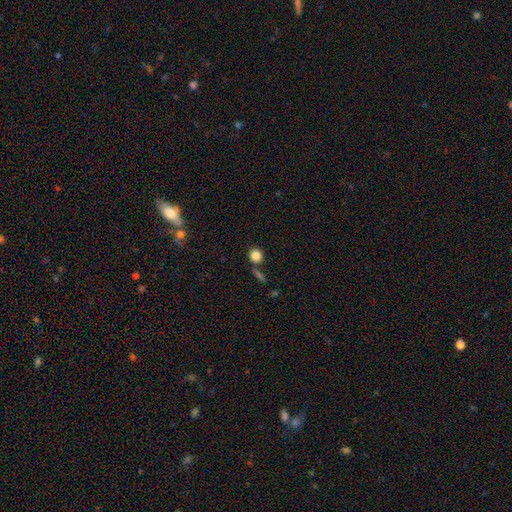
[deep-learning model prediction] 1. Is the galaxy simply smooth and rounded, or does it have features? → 83% smooth, 11% star or artifact, 6% featured or disk.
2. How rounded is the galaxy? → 85% round, 13% in between, 1% cigar-shaped.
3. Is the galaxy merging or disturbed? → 75% none, 11% merger, 10% minor disturbance, 4% major disturbance.